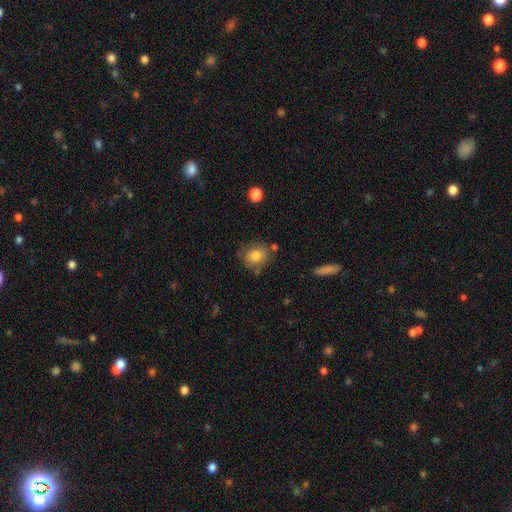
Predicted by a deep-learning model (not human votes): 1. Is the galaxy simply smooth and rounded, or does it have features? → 79% smooth, 12% featured or disk, 9% star or artifact.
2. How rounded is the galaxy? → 69% round, 30% in between, 1% cigar-shaped.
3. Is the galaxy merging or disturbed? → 70% none, 19% minor disturbance, 6% merger, 5% major disturbance.